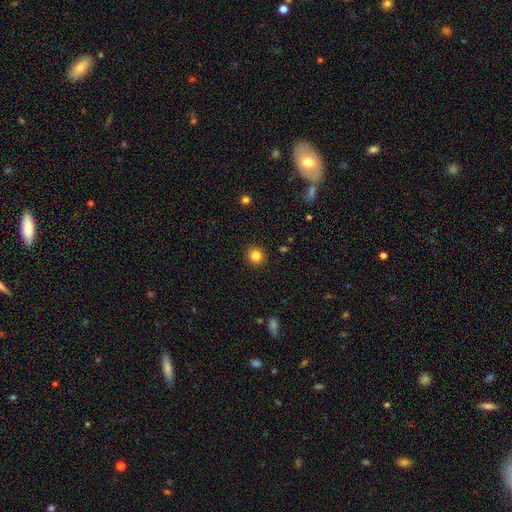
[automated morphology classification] smooth_or_featured: smooth (p=0.83) [alt: star or artifact p=0.12]
how_rounded: round (p=0.94) [alt: in between p=0.06]
merging: none (p=0.92) [alt: minor disturbance p=0.05]